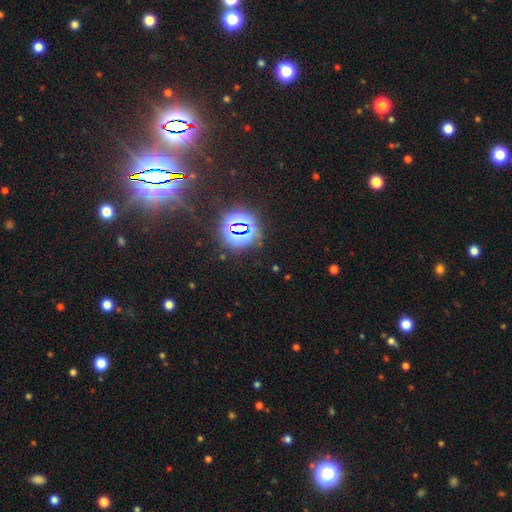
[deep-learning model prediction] smooth_or_featured: star or artifact (p=0.83) [alt: smooth p=0.10]